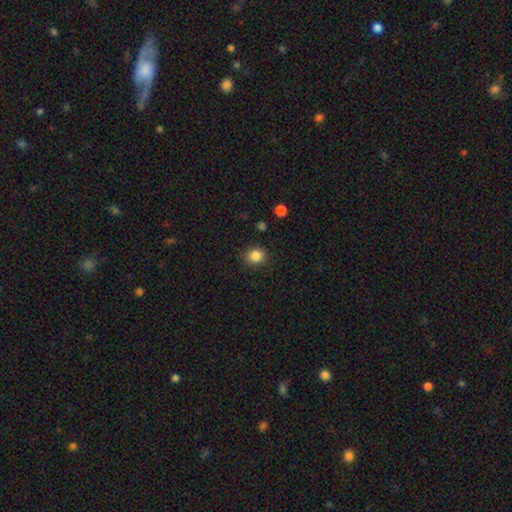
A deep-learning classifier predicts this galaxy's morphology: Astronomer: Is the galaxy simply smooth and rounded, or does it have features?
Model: smooth — 85%.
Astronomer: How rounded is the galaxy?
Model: round — 71%.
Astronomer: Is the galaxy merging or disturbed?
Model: none — 88%.